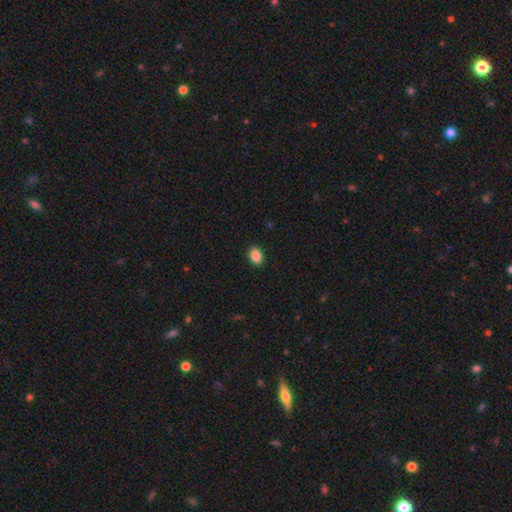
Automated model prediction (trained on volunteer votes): smooth_or_featured: smooth (p=0.88) [alt: star or artifact p=0.09]
how_rounded: in between (p=0.71) [alt: round p=0.28]
merging: none (p=0.90) [alt: minor disturbance p=0.07]